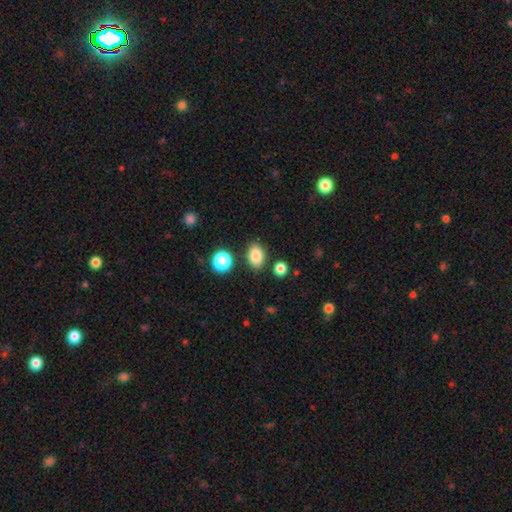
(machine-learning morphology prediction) The model was most divided on "how rounded": in between: 78%, round: 20%, cigar-shaped: 1%. More confident: smooth or featured — smooth (85%); merging — none (82%).